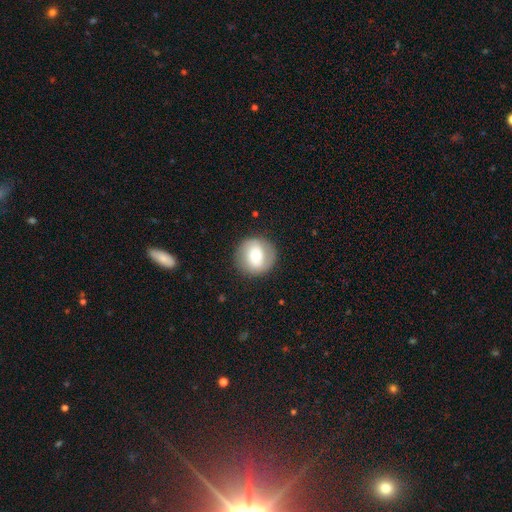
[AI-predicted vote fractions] Smooth or featured: smooth — 55% (featured or disk — 37%)
How rounded: round — 90% (in between — 9%)
Merging: none — 85% (minor disturbance — 10%)